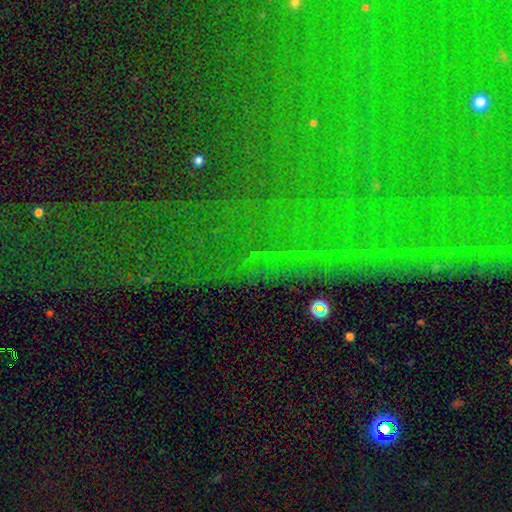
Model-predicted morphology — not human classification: smooth-or-featured: star or artifact: 82% | featured or disk: 9% | smooth: 9%